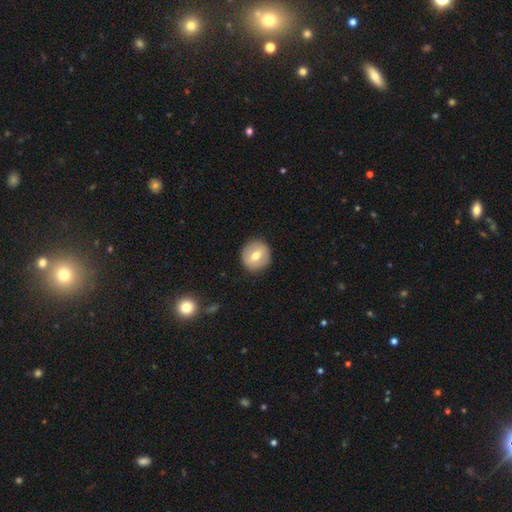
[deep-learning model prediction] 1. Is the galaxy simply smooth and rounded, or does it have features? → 65% smooth, 27% featured or disk, 8% star or artifact.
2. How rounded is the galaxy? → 92% round, 7% in between, 1% cigar-shaped.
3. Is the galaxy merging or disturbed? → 90% none, 7% minor disturbance, 2% major disturbance, 1% merger.